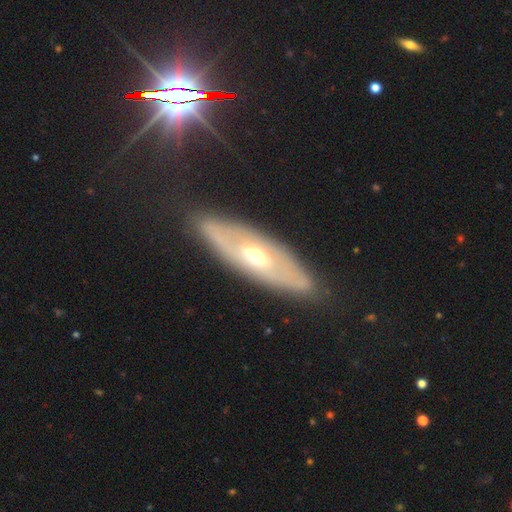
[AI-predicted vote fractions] Q: Smooth or featured?
A: featured or disk (68%); runner-up: smooth (24%)
Q: Edge-on disk?
A: no (69%); runner-up: yes (31%)
Q: Merging?
A: none (81%); runner-up: minor disturbance (13%)